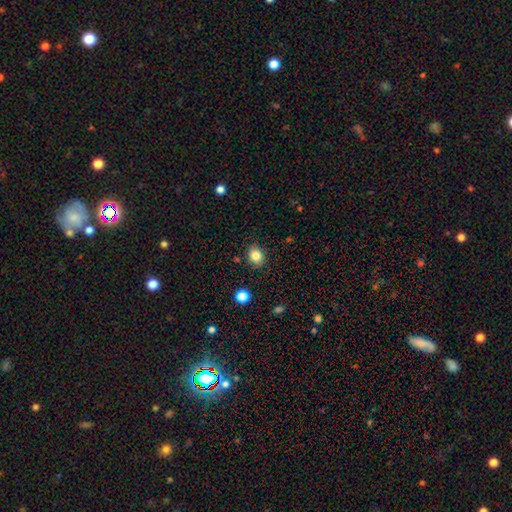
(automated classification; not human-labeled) A smooth galaxy with no disk features (82%) that is round (63%). Merging: none (84%).